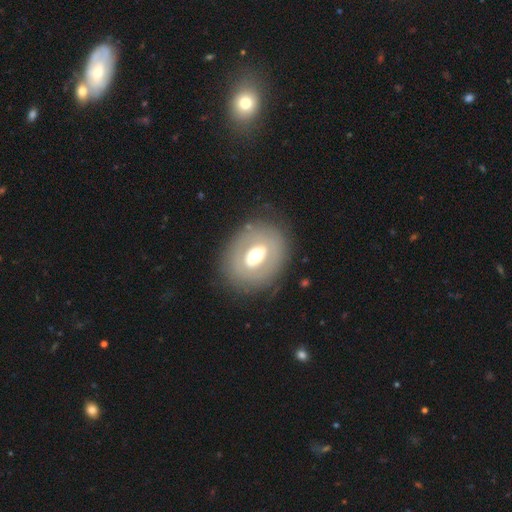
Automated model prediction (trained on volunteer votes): Smooth or featured? featured or disk (54%)
Edge-on disk? no (93%)
Merging? none (78%)